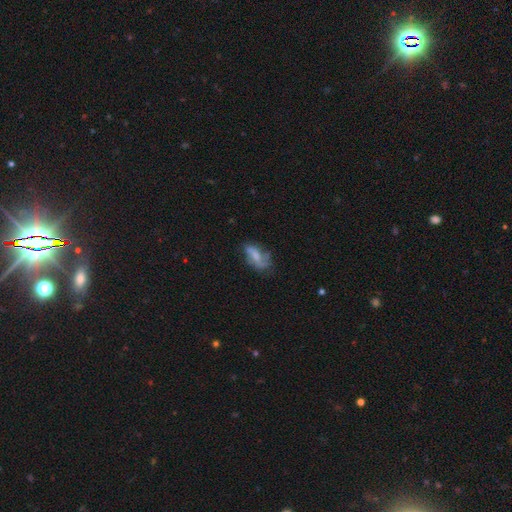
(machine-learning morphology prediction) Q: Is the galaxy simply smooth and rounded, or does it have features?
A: featured or disk — 47%.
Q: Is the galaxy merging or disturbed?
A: none — 46%.